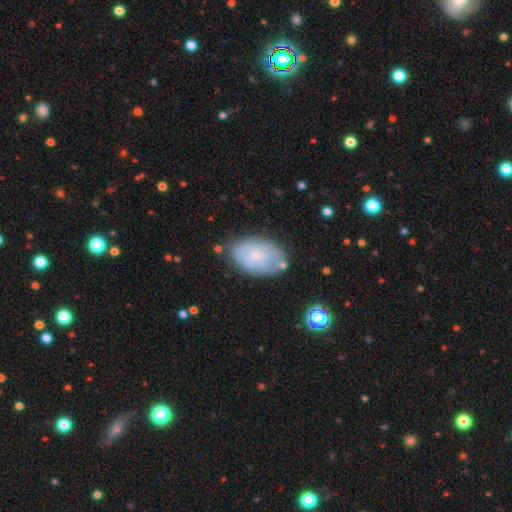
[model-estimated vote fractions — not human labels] The model was most divided on "smooth or featured": smooth: 56%, featured or disk: 36%, star or artifact: 8%. More confident: how rounded — in between (91%); merging — none (68%).